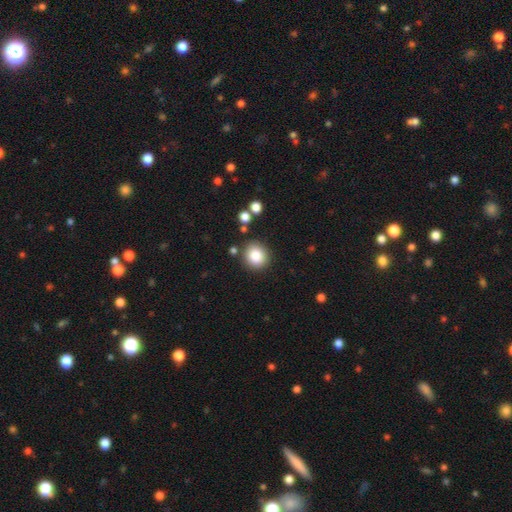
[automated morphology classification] Q: Smooth or featured?
A: smooth (84%); runner-up: star or artifact (10%)
Q: How rounded?
A: round (85%); runner-up: in between (14%)
Q: Merging?
A: none (84%); runner-up: minor disturbance (9%)